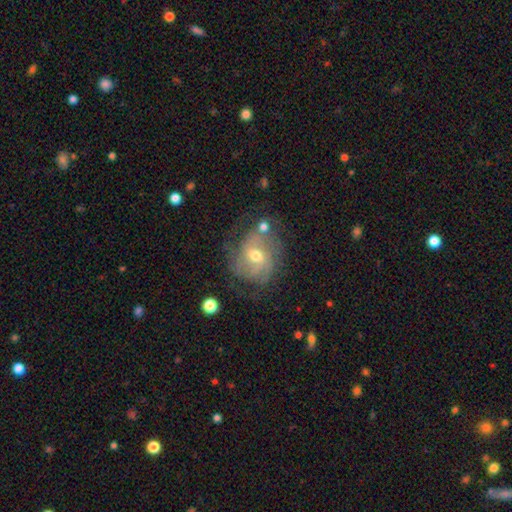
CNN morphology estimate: smooth_or_featured: featured or disk (p=0.71) [alt: smooth p=0.20]
disk_edge_on: no (p=0.97) [alt: yes p=0.03]
bar: no (p=0.50) [alt: weak p=0.41]
has_spiral_arms: yes (p=0.83) [alt: no p=0.17]
spiral_winding: medium (p=0.41) [alt: tight p=0.40]
spiral_arm_count: can't tell (p=0.37) [alt: 2 p=0.31]
bulge_size: moderate (p=0.61) [alt: small p=0.34]
merging: none (p=0.53) [alt: minor disturbance p=0.23]